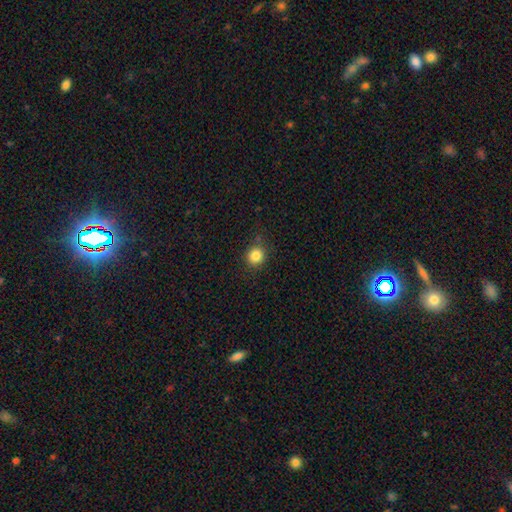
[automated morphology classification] A smooth galaxy with no disk features (84%) that is round (88%). Merging: none (85%).